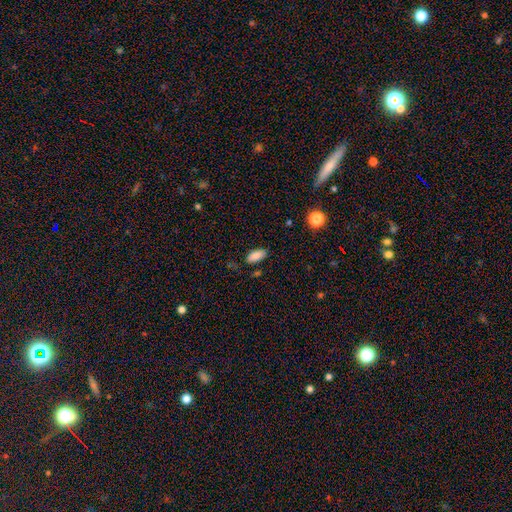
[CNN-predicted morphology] A smooth galaxy with no disk features (87%) that is in between round and cigar-shaped (88%). Merging: none (81%).